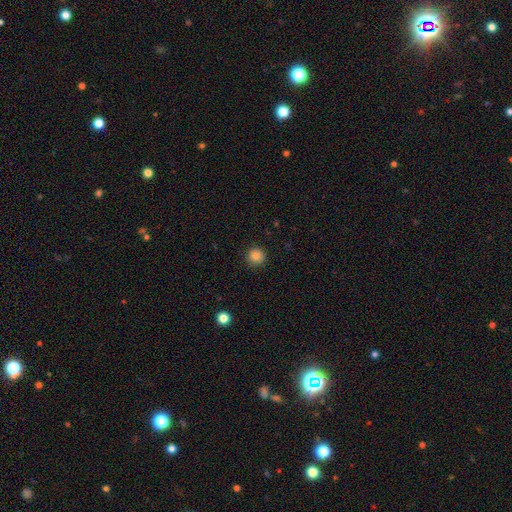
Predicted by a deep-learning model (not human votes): This is clearly a smooth galaxy (84%). How rounded: clearly round (95%). Merging: clearly none (91%).